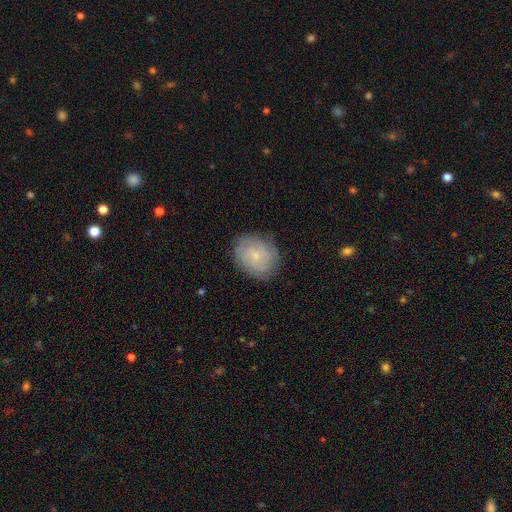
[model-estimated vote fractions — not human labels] This is possibly a smooth galaxy (49%). Merging: likely none (80%).